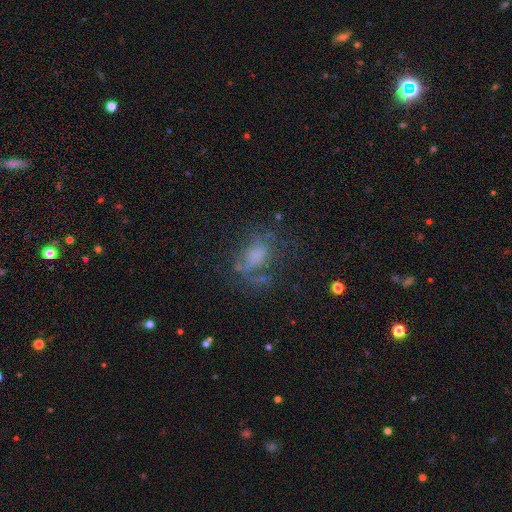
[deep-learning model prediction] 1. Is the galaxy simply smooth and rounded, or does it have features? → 44% featured or disk, 38% smooth, 18% star or artifact.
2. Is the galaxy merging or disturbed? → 42% none, 32% major disturbance, 21% minor disturbance, 5% merger.